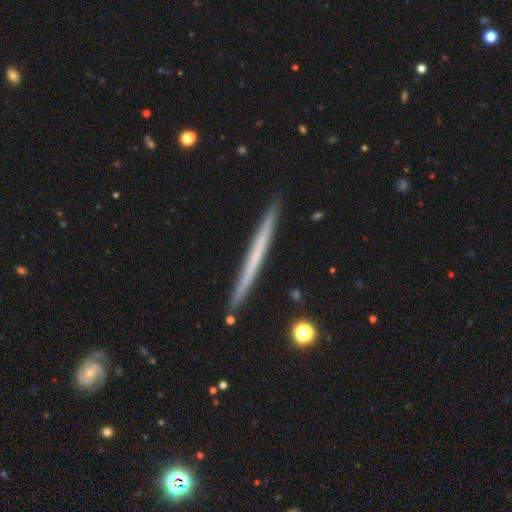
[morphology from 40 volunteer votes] A smooth galaxy with no disk features (50%) that is cigar-shaped (95%).

Vote fractions:
- Smooth or featured? smooth: 50% / featured or disk: 40% / star or artifact: 10%
- How rounded? cigar-shaped: 95% / round: 5% / in between: 0%
- Merging? none: 94% / minor disturbance: 6% / major disturbance: 0% / merger: 0%